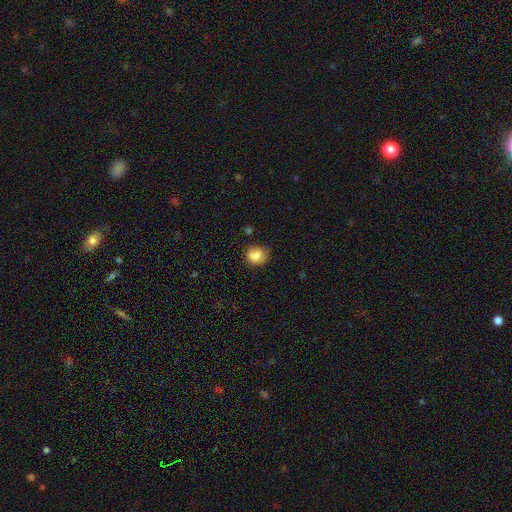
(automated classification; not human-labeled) smooth-or-featured: smooth: 77% | featured or disk: 13% | star or artifact: 10%
  how-rounded: round: 71% | in between: 28% | cigar-shaped: 1%
  merging: none: 61% | minor disturbance: 26% | major disturbance: 7% | merger: 6%